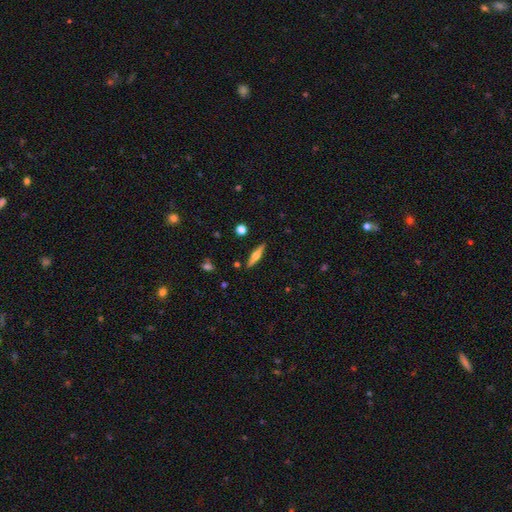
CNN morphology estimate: This is possibly a featured or disk galaxy (50%). It is clearly viewed edge-on (95%). Merging: clearly none (88%).